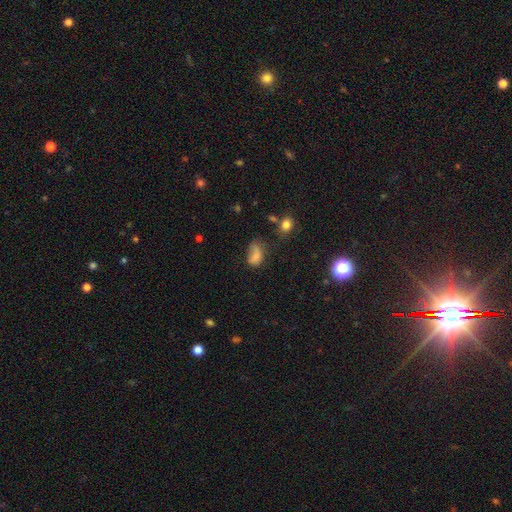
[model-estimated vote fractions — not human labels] Overall: smooth (72%). How rounded: in between (86%). Merging: none (34%; minor disturbance 31%).